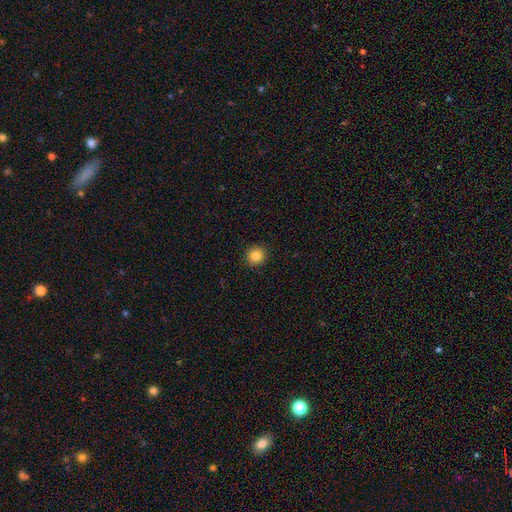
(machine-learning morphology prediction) Smooth or featured?
  - smooth: 84% *
  - star or artifact: 11%
  - featured or disk: 5%
How rounded?
  - round: 93% *
  - in between: 6%
  - cigar-shaped: 1%
Merging?
  - none: 93% *
  - minor disturbance: 5%
  - major disturbance: 2%
  - merger: 1%